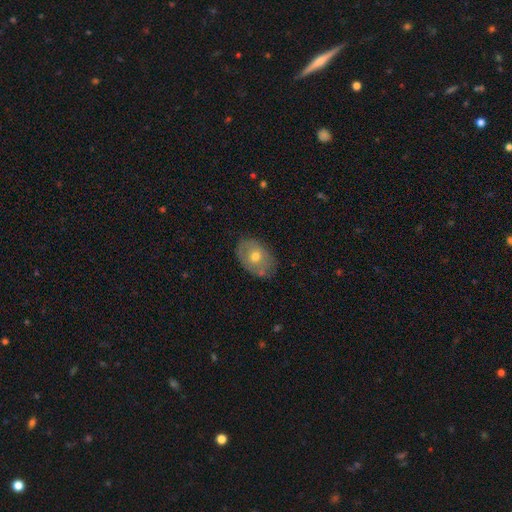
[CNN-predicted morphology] The model was most divided on "smooth or featured": smooth: 54%, featured or disk: 38%, star or artifact: 8%. More confident: how rounded — in between (78%); merging — none (76%).